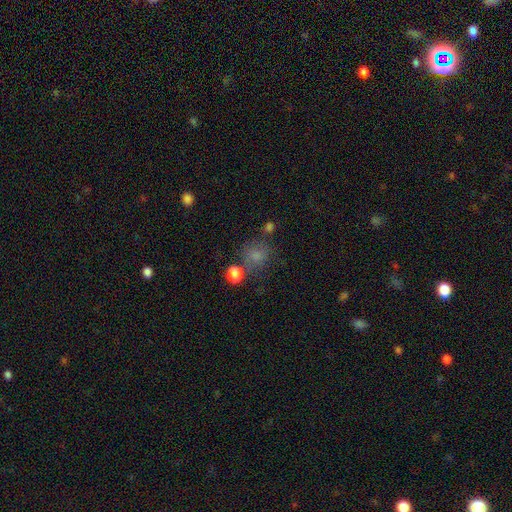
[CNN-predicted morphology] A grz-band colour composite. It shows a smooth galaxy with no disk features (72%) that is round (77%). Merging: none (63%).